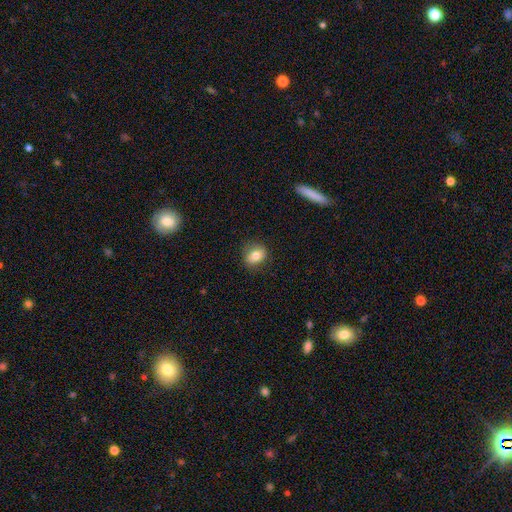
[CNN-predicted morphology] This is likely a smooth galaxy (78%). How rounded: possibly round (54%). Merging: clearly none (82%).